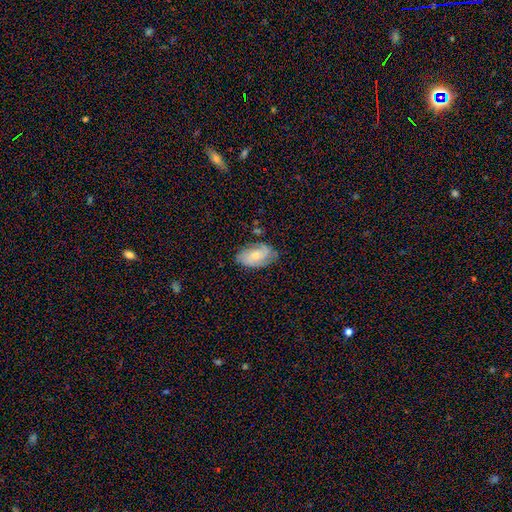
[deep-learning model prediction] Q: Smooth or featured?
A: featured or disk (60%); runner-up: smooth (33%)
Q: Edge-on disk?
A: no (96%); runner-up: yes (4%)
Q: Bar?
A: no (68%); runner-up: weak (28%)
Q: Spiral arms?
A: yes (88%); runner-up: no (12%)
Q: Spiral winding?
A: tight (49%); runner-up: medium (37%)
Q: Spiral arm count?
A: 2 (46%); runner-up: can't tell (30%)
Q: Bulge size?
A: small (51%); runner-up: moderate (40%)
Q: Merging?
A: none (69%); runner-up: minor disturbance (23%)